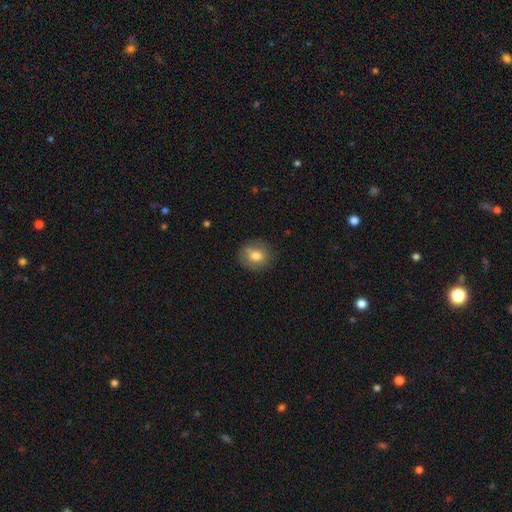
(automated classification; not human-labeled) Q: Smooth or featured?
A: smooth (76%); runner-up: featured or disk (15%)
Q: How rounded?
A: round (72%); runner-up: in between (27%)
Q: Merging?
A: none (80%); runner-up: minor disturbance (14%)